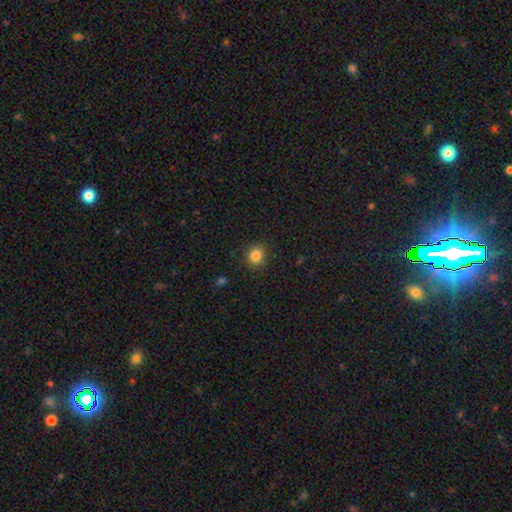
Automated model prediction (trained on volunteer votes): Morphology: type=smooth (84%); roundness=round (80%); merging=none (88%).